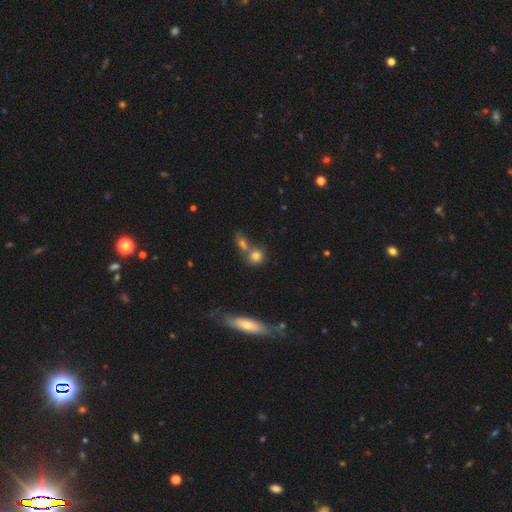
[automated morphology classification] Smooth or featured? smooth (78%)
How rounded? round (78%)
Merging? none (50%)